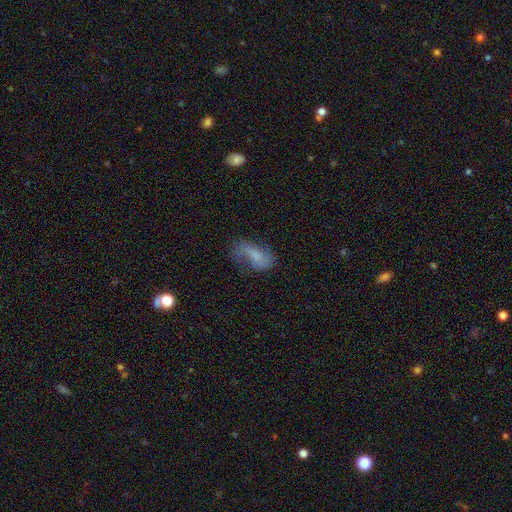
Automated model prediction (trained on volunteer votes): smooth_or_featured: smooth (p=0.46) [alt: featured or disk p=0.45]
merging: none (p=0.49) [alt: minor disturbance p=0.27]